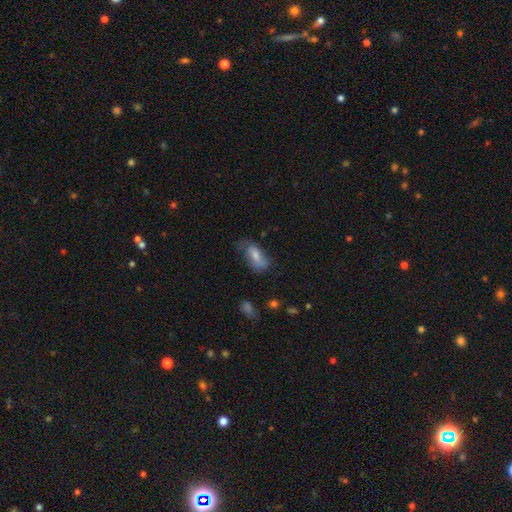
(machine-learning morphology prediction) A smooth galaxy with no disk features (71%) that is in between round and cigar-shaped (87%).

Vote fractions:
- Smooth or featured? smooth: 71% / featured or disk: 21% / star or artifact: 8%
- How rounded? in between: 87% / cigar-shaped: 9% / round: 4%
- Merging? none: 46% / minor disturbance: 32% / major disturbance: 18% / merger: 3%